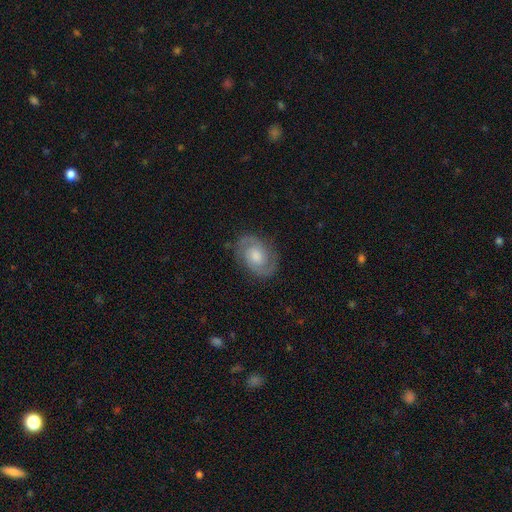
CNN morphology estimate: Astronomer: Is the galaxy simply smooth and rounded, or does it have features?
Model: featured or disk — 86%.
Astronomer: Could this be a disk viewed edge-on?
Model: no — 98%.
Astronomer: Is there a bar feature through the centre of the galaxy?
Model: no — 59% (runner-up: weak, 34%).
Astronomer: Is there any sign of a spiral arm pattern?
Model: yes — 97%.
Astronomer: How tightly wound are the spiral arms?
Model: medium — 47% (runner-up: tight, 44%).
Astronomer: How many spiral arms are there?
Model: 2 — 93%.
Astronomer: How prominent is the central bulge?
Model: moderate — 55%.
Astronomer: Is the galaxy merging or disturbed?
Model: none — 84%.